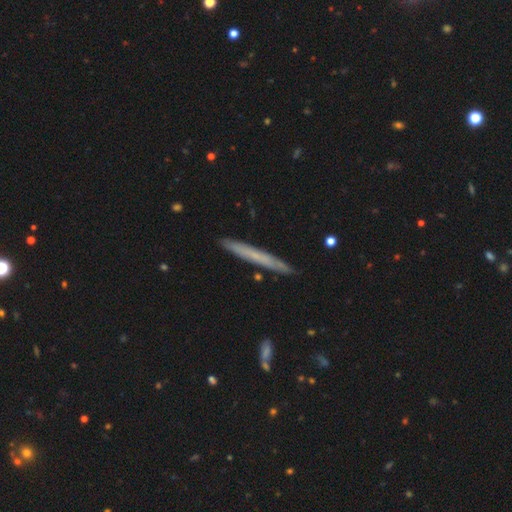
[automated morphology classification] This appears to be a smooth galaxy with no disk features (52%) that is cigar-shaped (97%). Merging: none (89%).